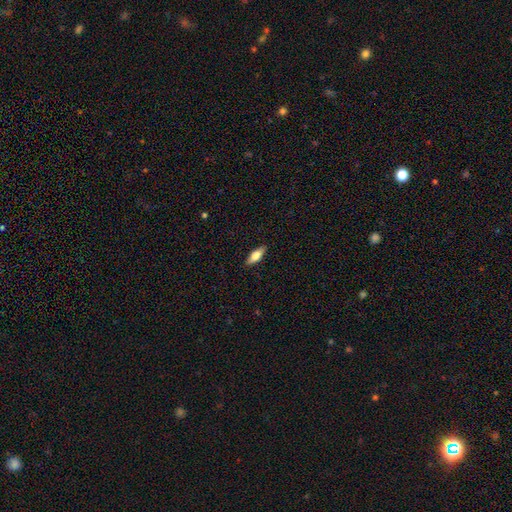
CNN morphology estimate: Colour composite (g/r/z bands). It shows a smooth galaxy with no disk features (64%) that is in between round and cigar-shaped (64%). Merging: none (89%).